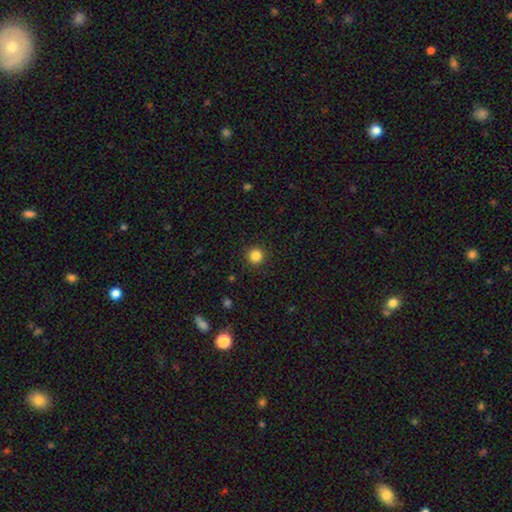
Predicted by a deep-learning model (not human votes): smooth-or-featured: smooth: 85% | star or artifact: 11% | featured or disk: 4%
  how-rounded: round: 95% | in between: 4% | cigar-shaped: 1%
  merging: none: 92% | minor disturbance: 5% | major disturbance: 2% | merger: 1%